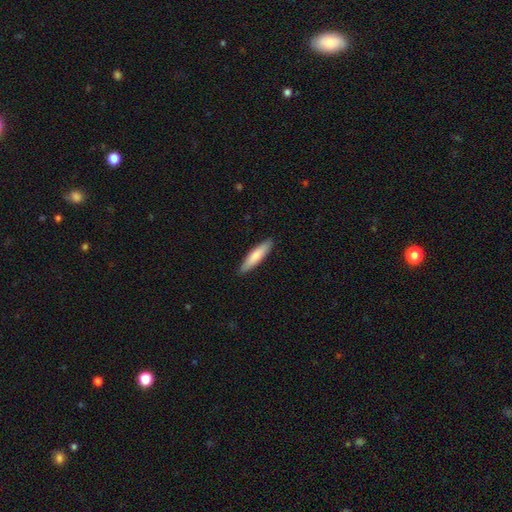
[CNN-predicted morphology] Overall: smooth (78%). How rounded: cigar-shaped (78%). Merging: none (90%).